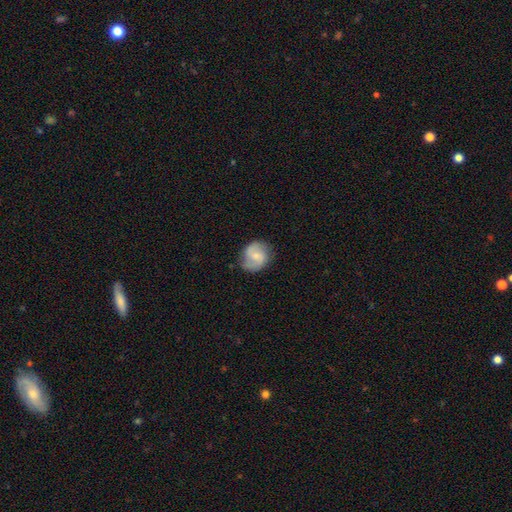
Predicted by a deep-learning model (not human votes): Overall: featured or disk (63%; smooth 31%). Edge-on disk: no (98%). Bar: weak (48%; no 41%). Spiral arms: yes (92%). Spiral arm count: 2 (88%). Spiral winding: medium (49%; loose 29%). Bulge size: small (54%; moderate 36%). Merging: none (76%).